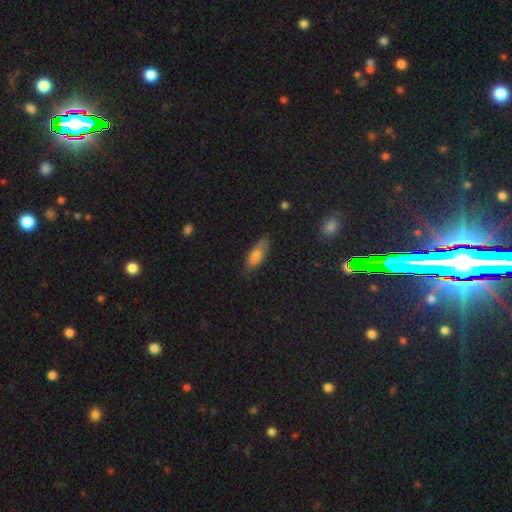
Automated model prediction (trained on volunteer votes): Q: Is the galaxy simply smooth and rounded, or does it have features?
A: smooth — 70%.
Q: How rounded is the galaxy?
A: in between — 71%.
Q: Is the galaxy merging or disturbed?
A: none — 75%.